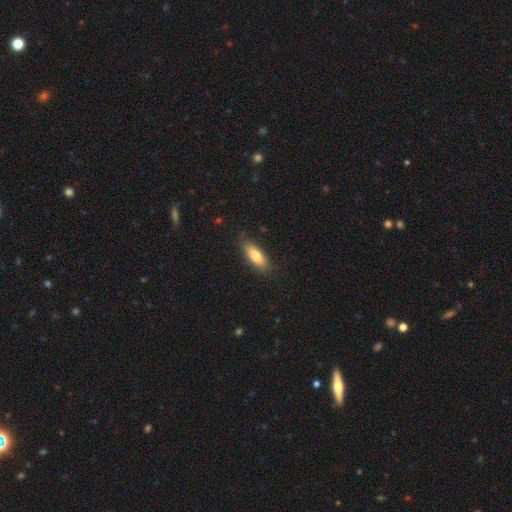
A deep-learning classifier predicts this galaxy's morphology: Smooth or featured?
  - smooth: 80% *
  - featured or disk: 13%
  - star or artifact: 6%
How rounded?
  - in between: 70% *
  - cigar-shaped: 28%
  - round: 2%
Merging?
  - none: 83% *
  - minor disturbance: 13%
  - major disturbance: 3%
  - merger: 1%